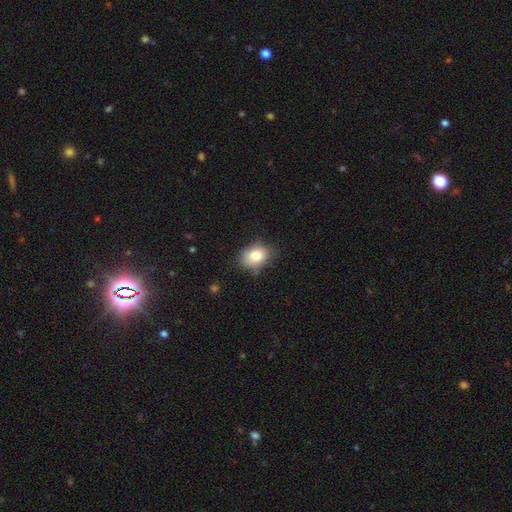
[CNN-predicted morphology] Smooth or featured? smooth (80%)
How rounded? in between (61%)
Merging? none (66%)